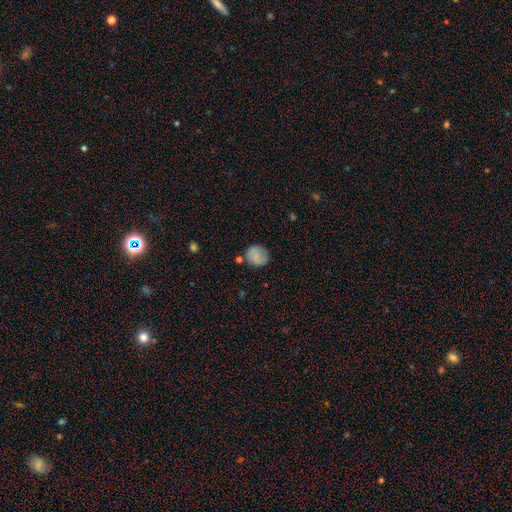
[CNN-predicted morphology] This appears to be a smooth galaxy with no disk features (80%) that is round (78%). Merging: none (72%).